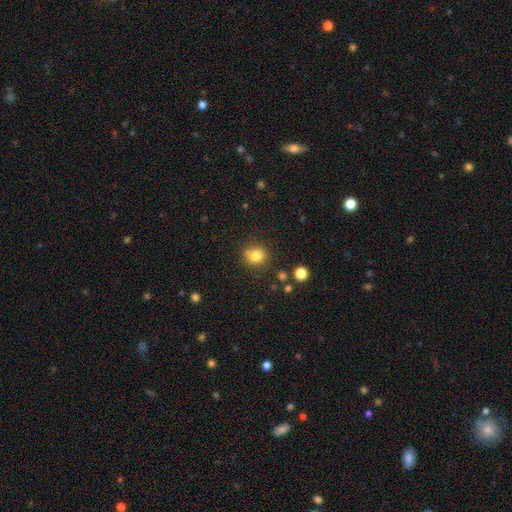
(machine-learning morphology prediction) The model was most divided on "merging": none: 77%, minor disturbance: 12%, merger: 7%, major disturbance: 4%. More confident: how rounded — round (82%); smooth or featured — smooth (81%).